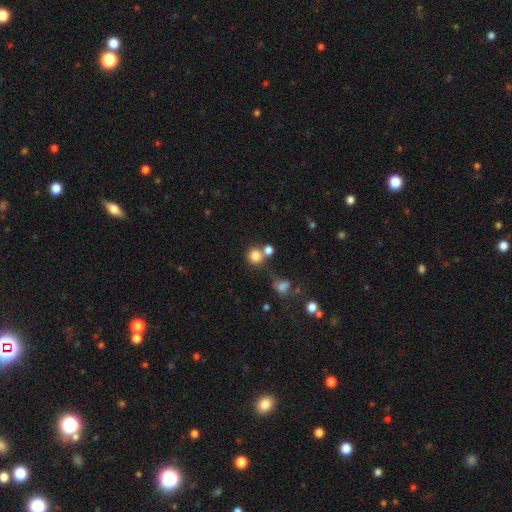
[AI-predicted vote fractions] A smooth galaxy with no disk features (81%) that is round (88%).

Vote fractions:
- Smooth or featured? smooth: 81% / star or artifact: 12% / featured or disk: 7%
- How rounded? round: 88% / in between: 11% / cigar-shaped: 1%
- Merging? none: 58% / merger: 27% / minor disturbance: 10% / major disturbance: 5%